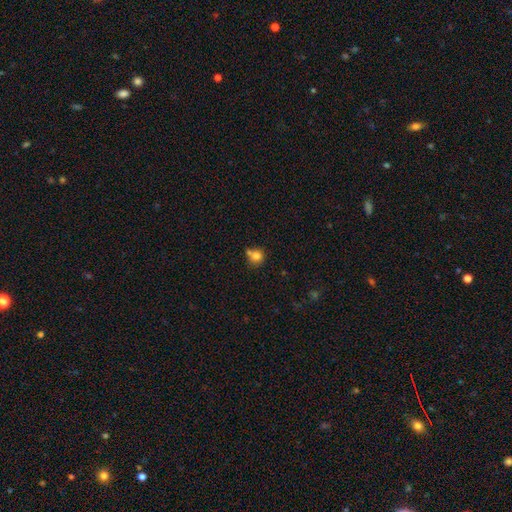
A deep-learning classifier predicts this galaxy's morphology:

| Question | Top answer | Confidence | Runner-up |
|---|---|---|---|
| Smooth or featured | smooth | 79% | star or artifact (11%) |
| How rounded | round | 87% | in between (12%) |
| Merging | none | 54% | merger (30%) |